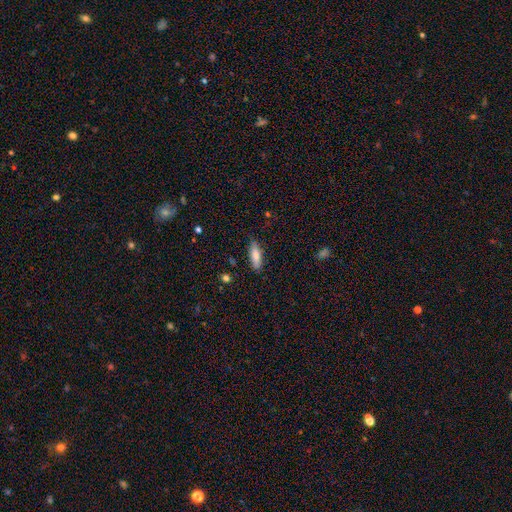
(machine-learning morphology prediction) A smooth galaxy with no disk features (78%) that is in between round and cigar-shaped (50%). Merging: none (81%).